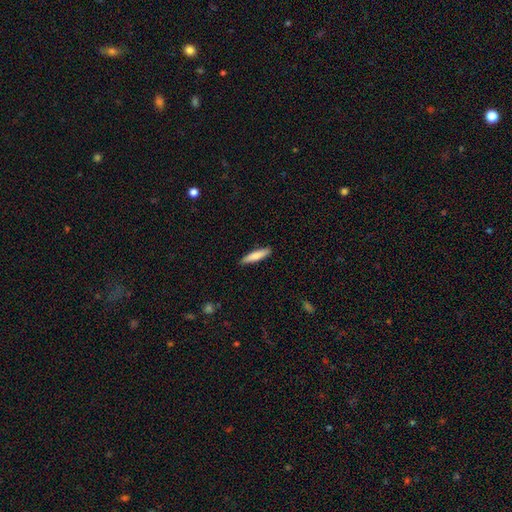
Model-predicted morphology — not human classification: Smooth or featured? smooth (78%)
How rounded? cigar-shaped (83%)
Merging? none (89%)